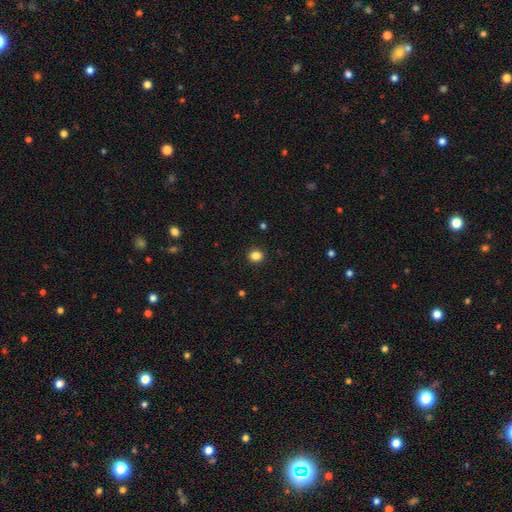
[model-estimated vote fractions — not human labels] smooth-or-featured: smooth: 85% | star or artifact: 12% | featured or disk: 4%
  how-rounded: round: 76% | in between: 23% | cigar-shaped: 1%
  merging: none: 91% | minor disturbance: 6% | major disturbance: 2% | merger: 1%